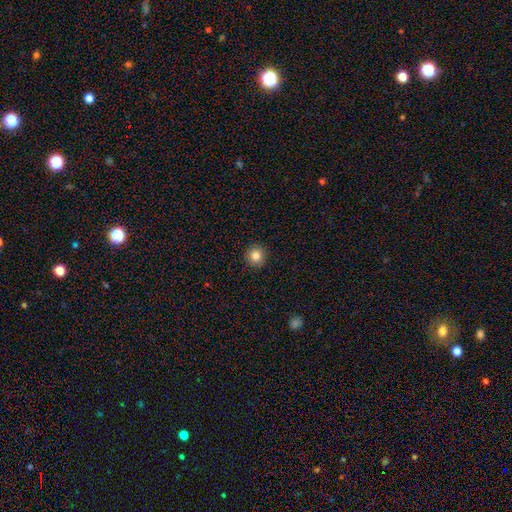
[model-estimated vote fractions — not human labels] Smooth or featured?
  - smooth: 83% *
  - star or artifact: 11%
  - featured or disk: 6%
How rounded?
  - round: 94% *
  - in between: 5%
  - cigar-shaped: 1%
Merging?
  - none: 93% *
  - minor disturbance: 5%
  - major disturbance: 2%
  - merger: 1%